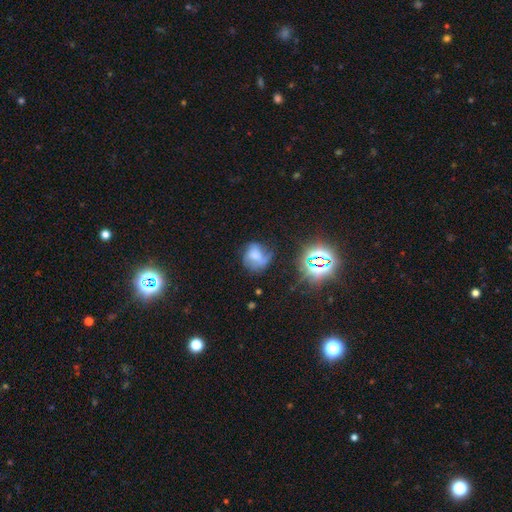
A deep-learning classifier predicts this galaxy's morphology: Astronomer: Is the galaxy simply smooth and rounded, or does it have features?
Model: smooth — 44% (runner-up: featured or disk, 36%).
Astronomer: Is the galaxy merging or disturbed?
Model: none — 44% (runner-up: minor disturbance, 27%).